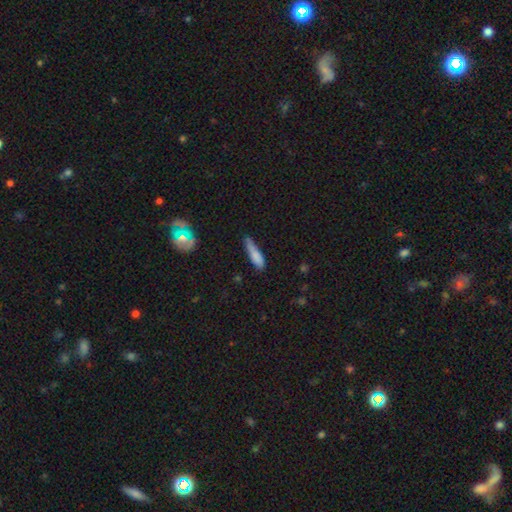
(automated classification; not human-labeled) Smooth or featured?
  - smooth: 79% *
  - featured or disk: 13%
  - star or artifact: 8%
How rounded?
  - cigar-shaped: 77% *
  - in between: 21%
  - round: 2%
Merging?
  - none: 52% *
  - minor disturbance: 34%
  - major disturbance: 9%
  - merger: 4%